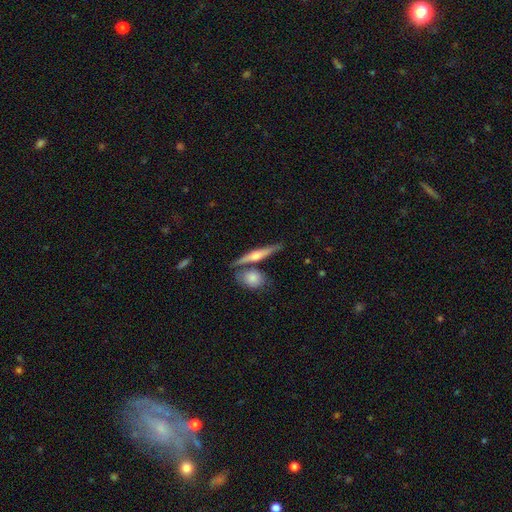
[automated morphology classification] Overall: featured or disk (62%; smooth 31%). Edge-on disk: yes (95%). Edge-on bulge: rounded (86%). Merging: none (71%).